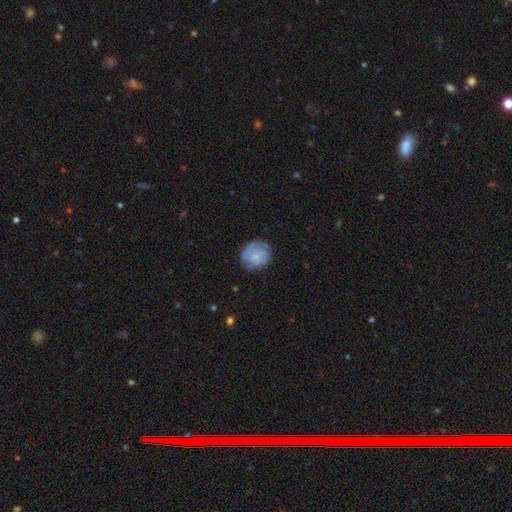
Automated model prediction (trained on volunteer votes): smooth 48%, featured or disk 44%, star or artifact 8%. Down the decision tree: merging — none (71%).